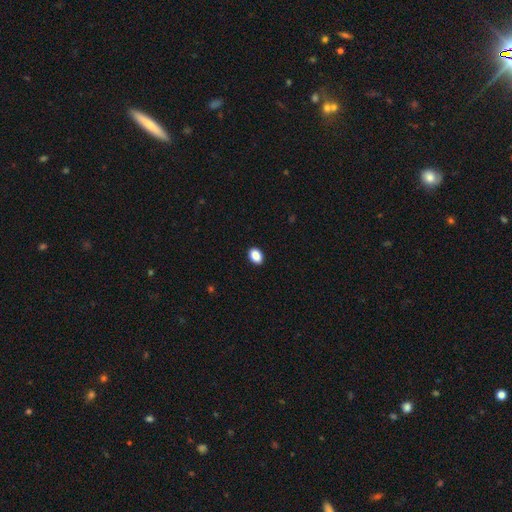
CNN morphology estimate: smooth-or-featured: smooth: 90% | star or artifact: 8% | featured or disk: 2%
  how-rounded: in between: 81% | round: 18% | cigar-shaped: 1%
  merging: none: 91% | minor disturbance: 6% | major disturbance: 2% | merger: 1%